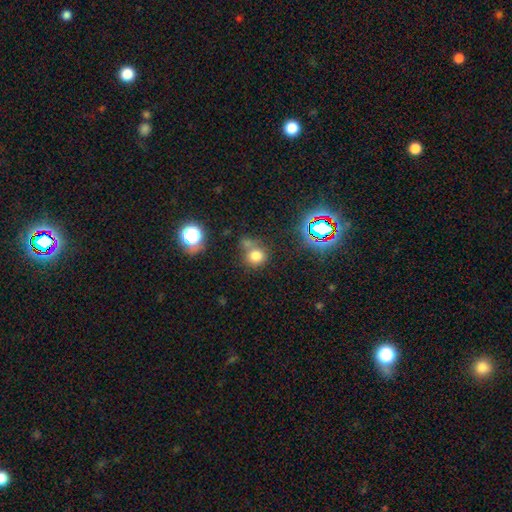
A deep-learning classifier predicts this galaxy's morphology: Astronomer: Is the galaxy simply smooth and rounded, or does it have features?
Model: smooth — 74%.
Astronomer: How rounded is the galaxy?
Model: round — 84%.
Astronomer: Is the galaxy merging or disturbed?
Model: none — 57%.